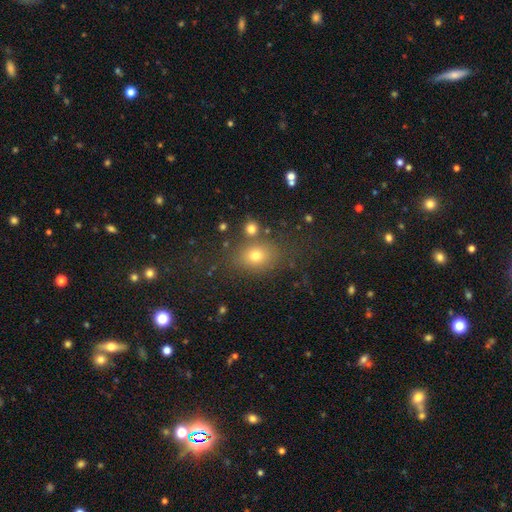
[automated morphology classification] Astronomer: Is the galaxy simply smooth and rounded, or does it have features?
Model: smooth — 72%.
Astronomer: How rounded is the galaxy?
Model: in between — 56% (runner-up: round, 43%).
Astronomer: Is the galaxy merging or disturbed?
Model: none — 73%.